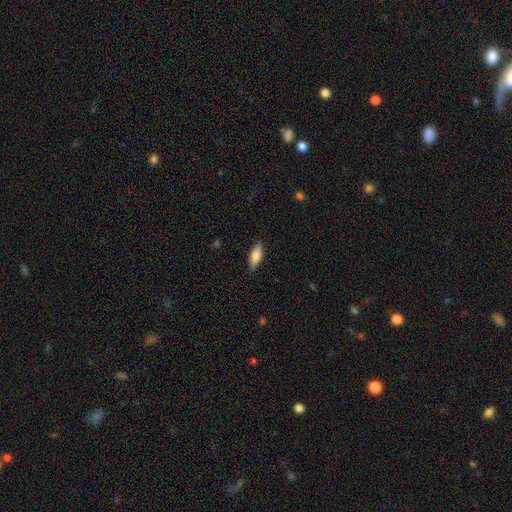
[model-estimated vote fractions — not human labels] The model was most divided on "how rounded": in between: 63%, cigar-shaped: 34%, round: 2%. More confident: merging — none (84%); smooth or featured — smooth (76%).